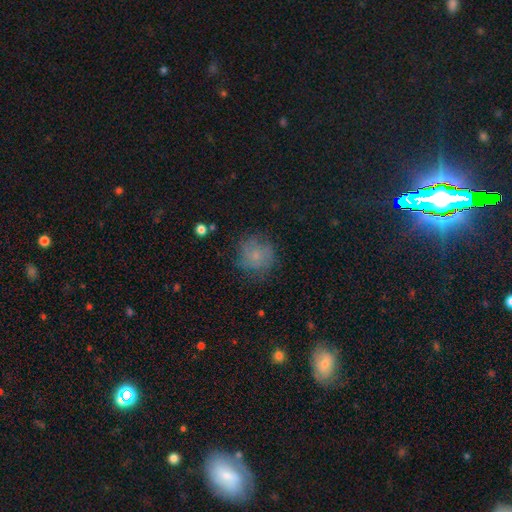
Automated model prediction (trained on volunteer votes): Overall: smooth (66%). How rounded: round (88%). Merging: none (71%).